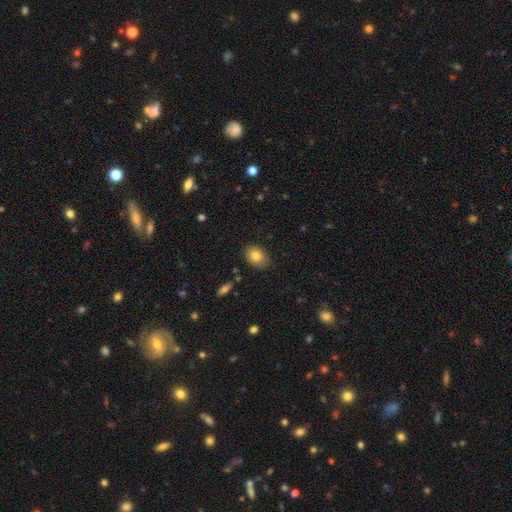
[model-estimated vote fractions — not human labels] This appears to be a smooth galaxy with no disk features (80%) that is in between round and cigar-shaped (70%). Merging: none (83%).